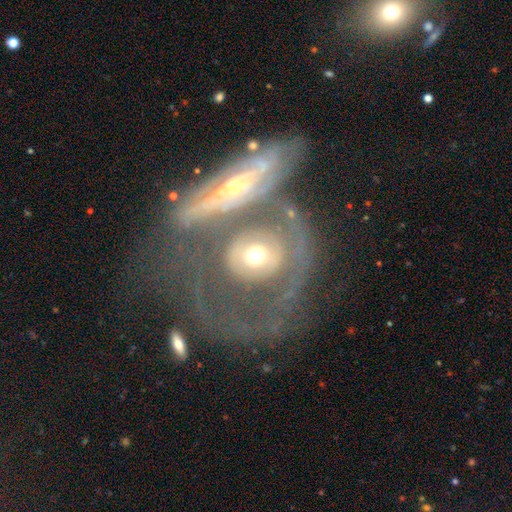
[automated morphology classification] A featured or disk galaxy (63%) with no bar (74%), spiral arms (54%) and a moderate central bulge (62%).

Vote fractions:
- Smooth or featured? featured or disk: 63% / smooth: 29% / star or artifact: 8%
- Edge-on disk? no: 92% / yes: 8%
- Bar? no: 74% / weak: 16% / strong: 10%
- Spiral arms? yes: 54% / no: 46%
- Bulge size? moderate: 62% / small: 21% / large: 12% / dominant: 3% / none: 2%
- Merging? merger: 40% / none: 28% / major disturbance: 20% / minor disturbance: 12%